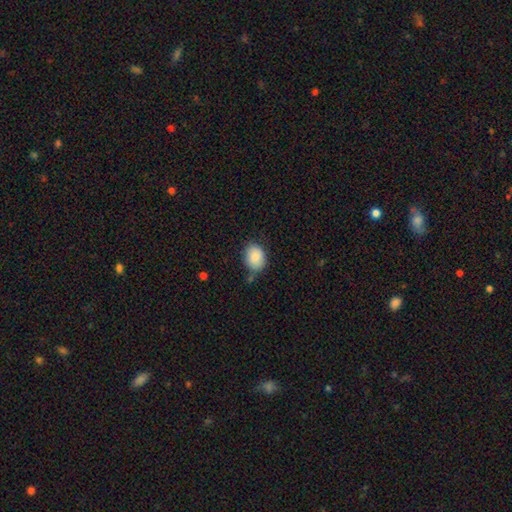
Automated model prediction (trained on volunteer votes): This appears to be a smooth galaxy with no disk features (86%) that is in between round and cigar-shaped (62%). Merging: none (70%).